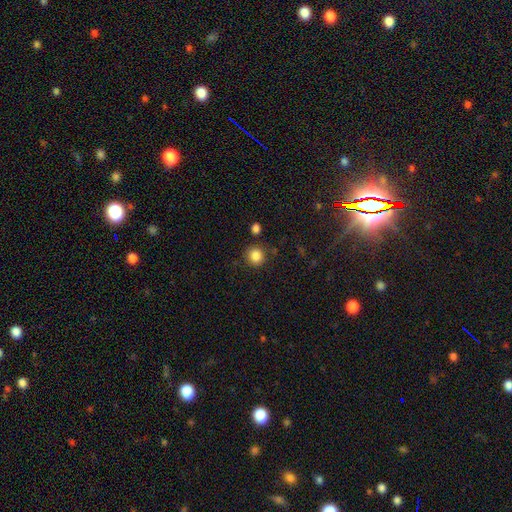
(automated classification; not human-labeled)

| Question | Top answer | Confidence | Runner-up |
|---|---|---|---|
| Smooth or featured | smooth | 85% | star or artifact (11%) |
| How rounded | round | 92% | in between (7%) |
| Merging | none | 85% | minor disturbance (9%) |